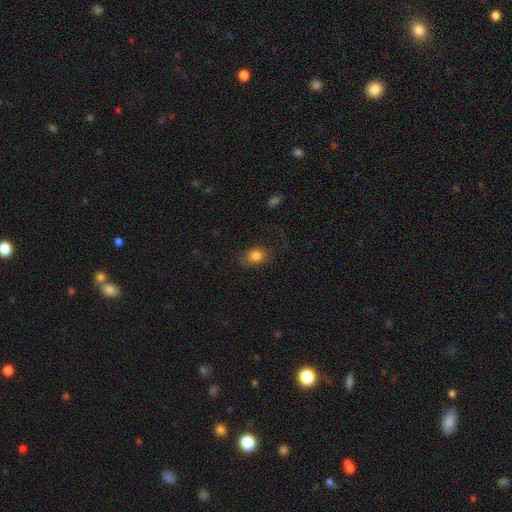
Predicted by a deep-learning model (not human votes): Smooth or featured? smooth (82%)
How rounded? in between (55%)
Merging? none (74%)